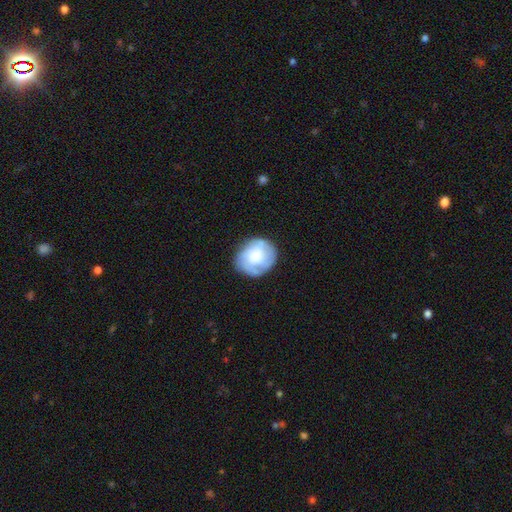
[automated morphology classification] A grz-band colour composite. It shows a smooth galaxy with no disk features (52%) that is round (71%). Merging: none (68%).